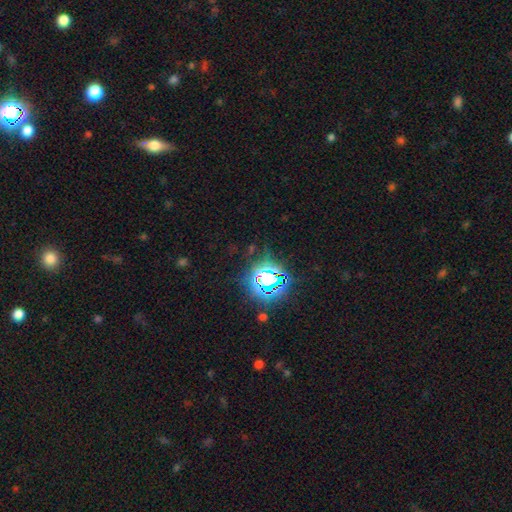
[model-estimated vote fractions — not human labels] smooth-or-featured: star or artifact: 80% | smooth: 12% | featured or disk: 8%